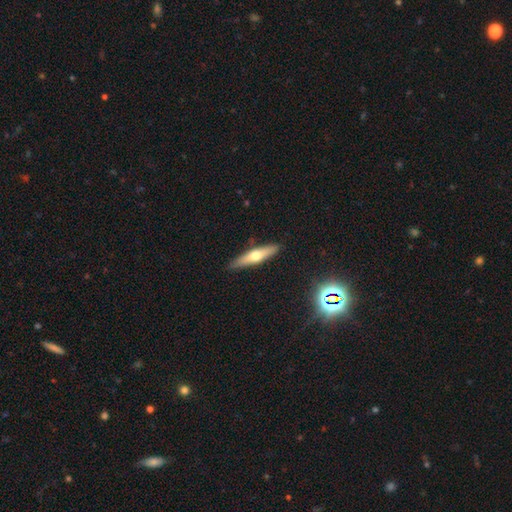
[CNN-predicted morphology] A featured or disk galaxy (48%). Merging: none (87%).